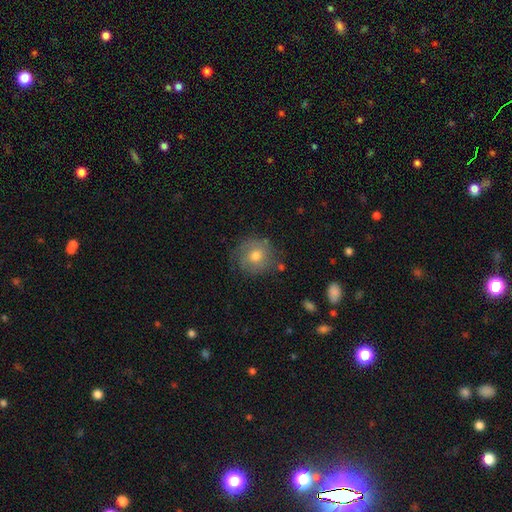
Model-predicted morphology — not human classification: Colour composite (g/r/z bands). It shows a smooth galaxy with no disk features (52%) that is round (85%). Merging: none (71%).